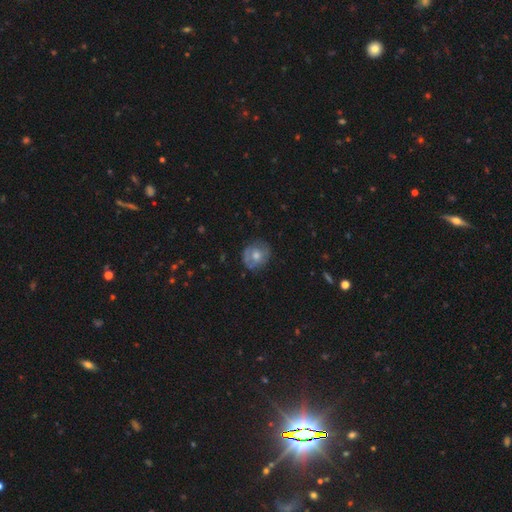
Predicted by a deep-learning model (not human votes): A smooth galaxy with no disk features (55%) that is round (78%).

Vote fractions:
- Smooth or featured? smooth: 55% / featured or disk: 37% / star or artifact: 8%
- How rounded? round: 78% / in between: 21% / cigar-shaped: 1%
- Merging? none: 70% / minor disturbance: 21% / major disturbance: 7% / merger: 2%